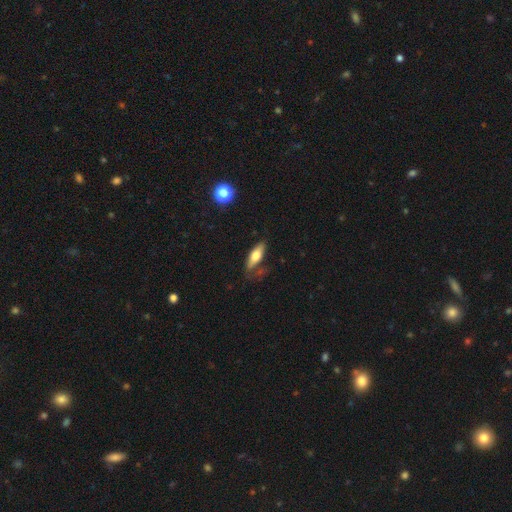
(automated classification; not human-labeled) Smooth or featured: smooth — 65% (featured or disk — 29%)
How rounded: in between — 59% (cigar-shaped — 38%)
Merging: none — 58% (minor disturbance — 26%)